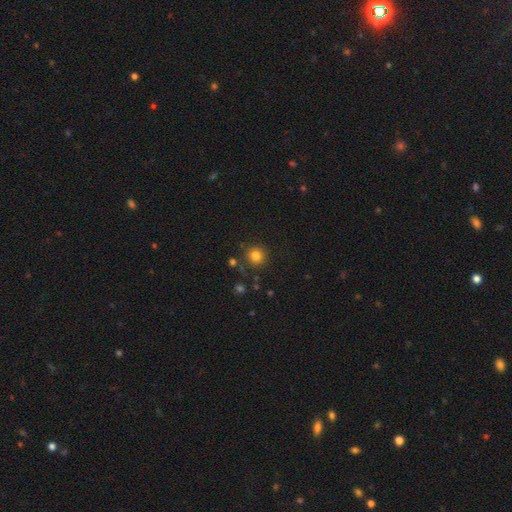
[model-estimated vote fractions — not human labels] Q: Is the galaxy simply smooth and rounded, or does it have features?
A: smooth — 81%.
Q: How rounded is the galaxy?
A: round — 93%.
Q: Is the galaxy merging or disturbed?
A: none — 85%.